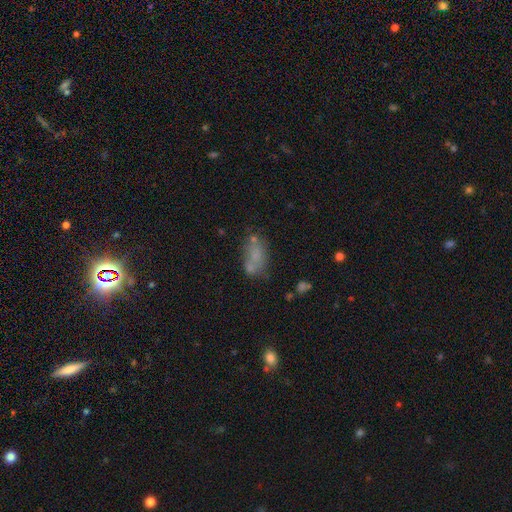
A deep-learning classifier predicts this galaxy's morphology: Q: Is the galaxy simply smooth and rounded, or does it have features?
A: smooth — 63%.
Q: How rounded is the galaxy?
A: in between — 86%.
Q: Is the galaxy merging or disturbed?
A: none — 40%.